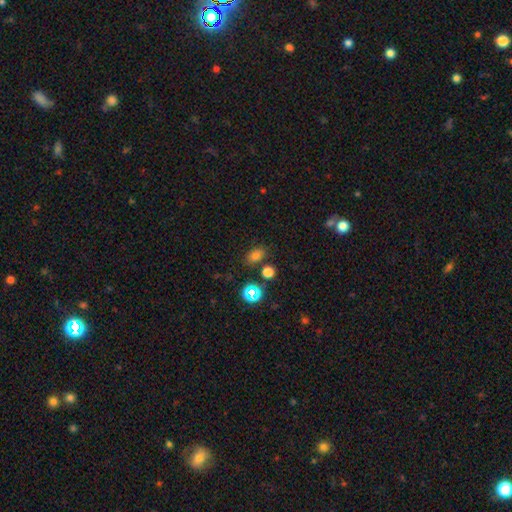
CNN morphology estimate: Overall: smooth (71%). How rounded: in between (75%). Merging: none (75%).